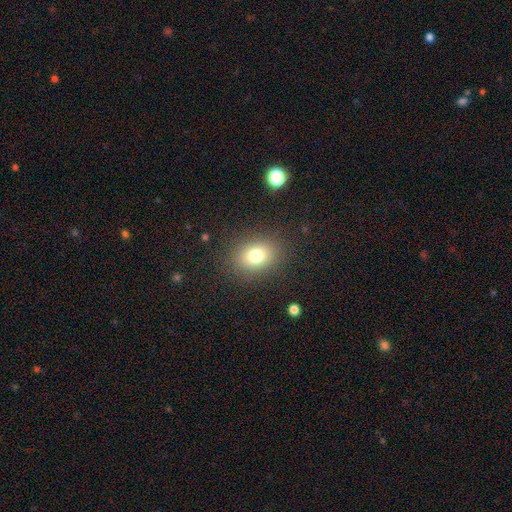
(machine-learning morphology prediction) This appears to be a smooth galaxy with no disk features (77%) that is in between round and cigar-shaped (57%). Merging: none (85%).